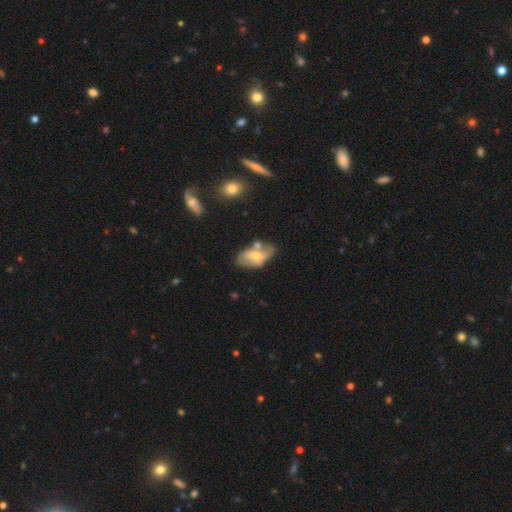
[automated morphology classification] Smooth or featured?
  - featured or disk: 50% *
  - smooth: 43%
  - star or artifact: 7%
Edge-on disk?
  - no: 90% *
  - yes: 10%
Merging?
  - none: 44% *
  - minor disturbance: 24%
  - merger: 22%
  - major disturbance: 10%